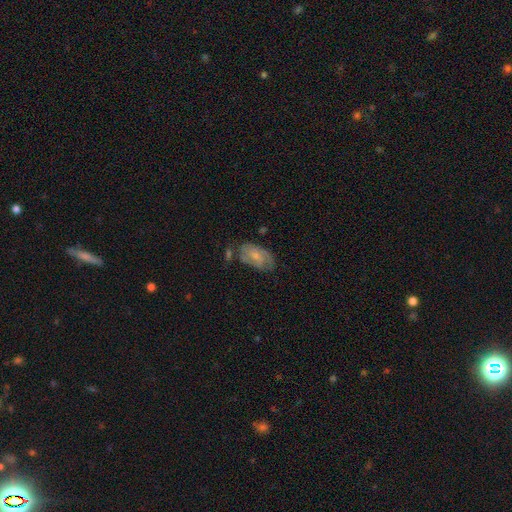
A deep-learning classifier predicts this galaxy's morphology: smooth_or_featured: featured or disk (p=0.54) [alt: smooth p=0.39]
disk_edge_on: no (p=0.95) [alt: yes p=0.05]
bar: no (p=0.57) [alt: weak p=0.37]
has_spiral_arms: yes (p=0.81) [alt: no p=0.19]
bulge_size: small (p=0.57) [alt: moderate p=0.33]
merging: none (p=0.57) [alt: minor disturbance p=0.25]